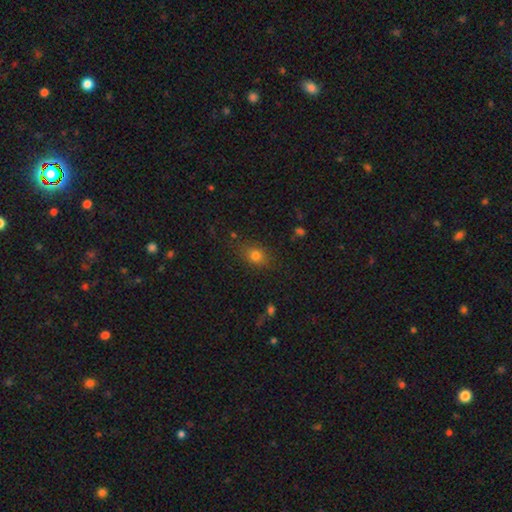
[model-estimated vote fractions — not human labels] A smooth galaxy with no disk features (78%) that is in between round and cigar-shaped (62%). Merging: none (80%).